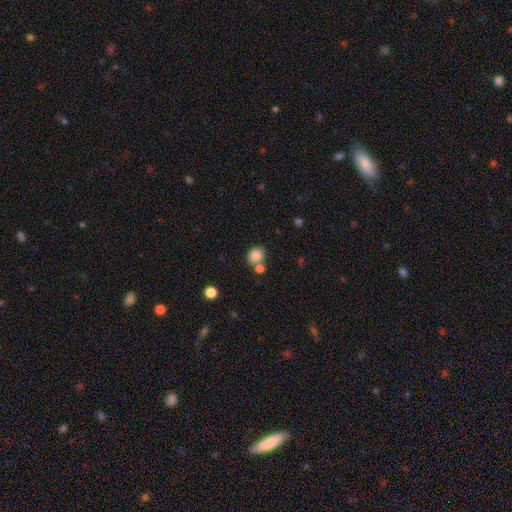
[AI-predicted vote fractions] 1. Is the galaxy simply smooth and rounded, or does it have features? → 84% smooth, 10% star or artifact, 6% featured or disk.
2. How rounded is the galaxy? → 75% round, 24% in between, 1% cigar-shaped.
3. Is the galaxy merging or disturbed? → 59% none, 26% merger, 11% minor disturbance, 4% major disturbance.